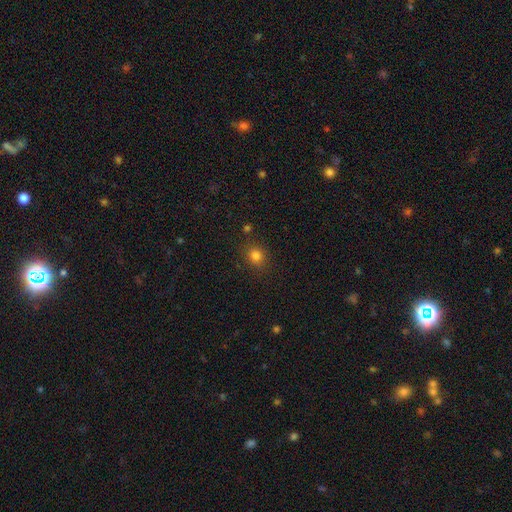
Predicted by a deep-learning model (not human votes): A smooth galaxy with no disk features (80%) that is round (77%). Merging: none (83%).